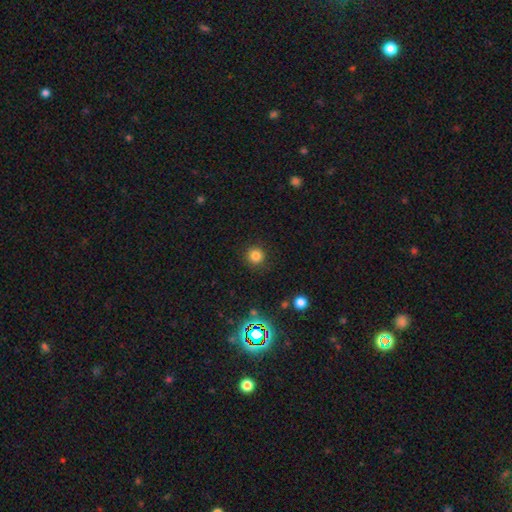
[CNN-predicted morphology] Q: Smooth or featured?
A: smooth (79%); runner-up: star or artifact (16%)
Q: How rounded?
A: round (94%); runner-up: in between (5%)
Q: Merging?
A: none (90%); runner-up: minor disturbance (6%)